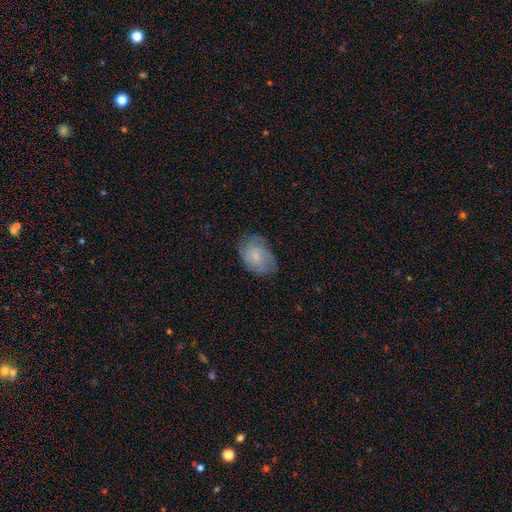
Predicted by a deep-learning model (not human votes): Smooth or featured: smooth — 48% (featured or disk — 45%)
Merging: none — 63% (minor disturbance — 26%)